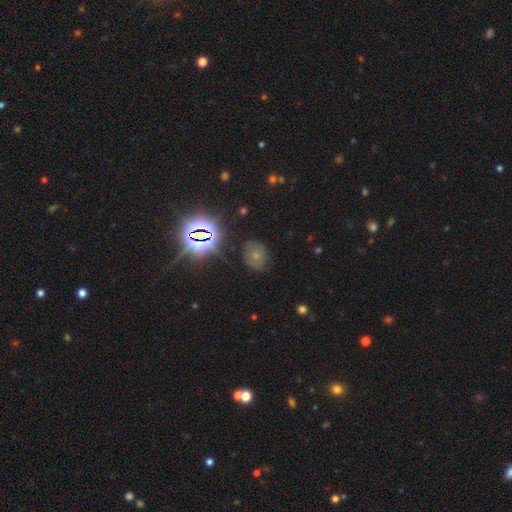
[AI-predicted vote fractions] Smooth or featured?
  - smooth: 50% *
  - star or artifact: 34%
  - featured or disk: 16%
Merging?
  - none: 74% *
  - minor disturbance: 18%
  - major disturbance: 6%
  - merger: 2%